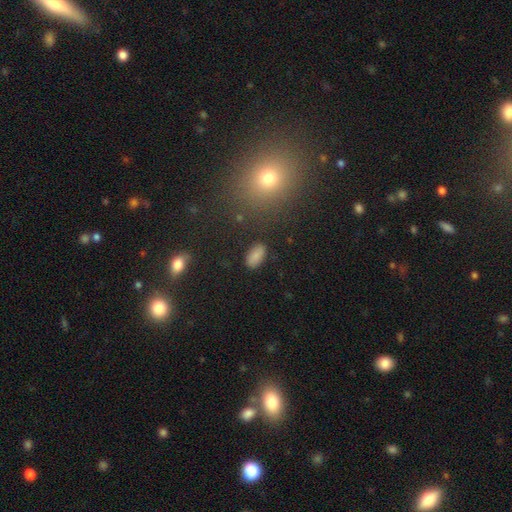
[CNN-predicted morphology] This appears to be a smooth galaxy with no disk features (82%) that is in between round and cigar-shaped (94%). Merging: none (84%).